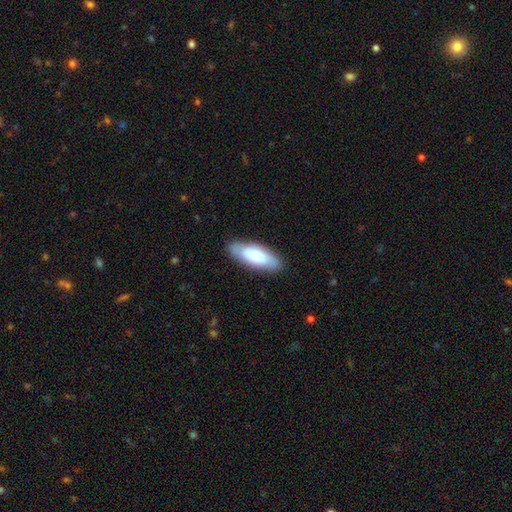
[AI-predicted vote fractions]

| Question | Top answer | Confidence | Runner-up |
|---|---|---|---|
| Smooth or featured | smooth | 65% | featured or disk (29%) |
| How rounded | in between | 75% | cigar-shaped (23%) |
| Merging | none | 83% | minor disturbance (13%) |